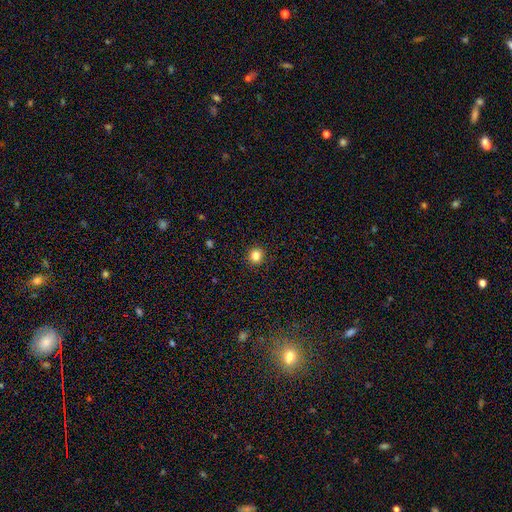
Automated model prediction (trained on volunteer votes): Q: Smooth or featured?
A: smooth (83%); runner-up: star or artifact (12%)
Q: How rounded?
A: round (93%); runner-up: in between (6%)
Q: Merging?
A: none (93%); runner-up: minor disturbance (5%)